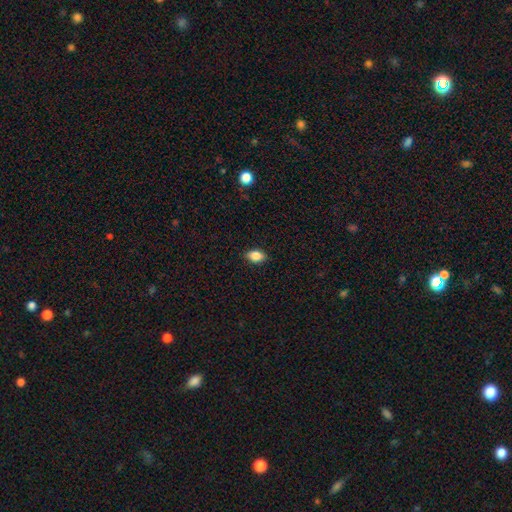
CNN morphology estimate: smooth_or_featured: smooth (p=0.84) [alt: star or artifact p=0.09]
how_rounded: in between (p=0.84) [alt: round p=0.14]
merging: none (p=0.87) [alt: minor disturbance p=0.10]